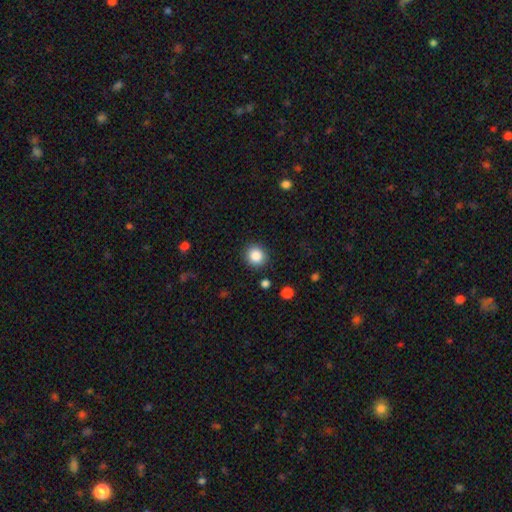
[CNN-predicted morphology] Smooth or featured? Predicted: smooth (p=0.86). How rounded? Predicted: round (p=0.88). Merging? Predicted: none (p=0.89).